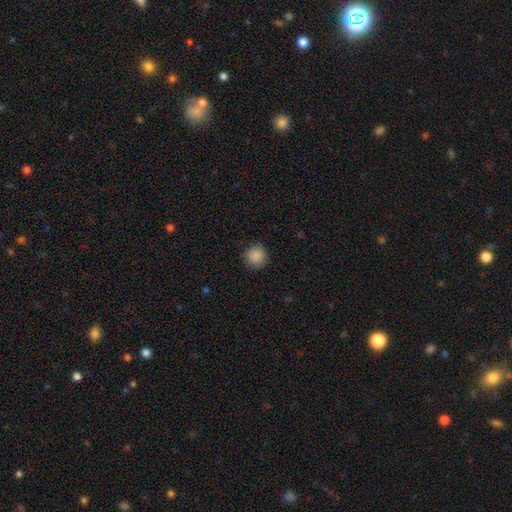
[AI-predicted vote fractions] Smooth or featured: smooth — 88% (star or artifact — 9%)
How rounded: round — 93% (in between — 6%)
Merging: none — 87% (minor disturbance — 9%)